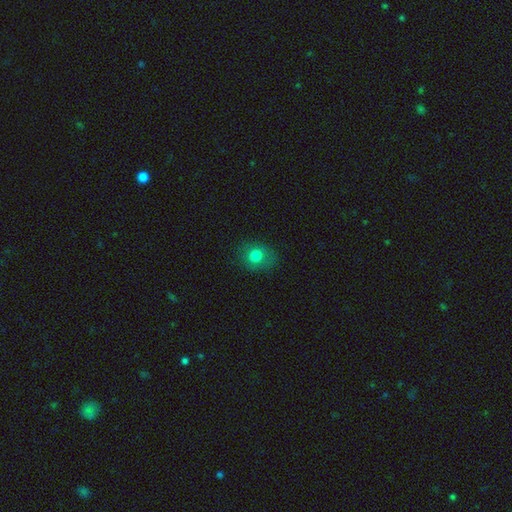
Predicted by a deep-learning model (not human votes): Q: Smooth or featured?
A: smooth (78%); runner-up: star or artifact (11%)
Q: How rounded?
A: round (64%); runner-up: in between (35%)
Q: Merging?
A: none (76%); runner-up: minor disturbance (16%)